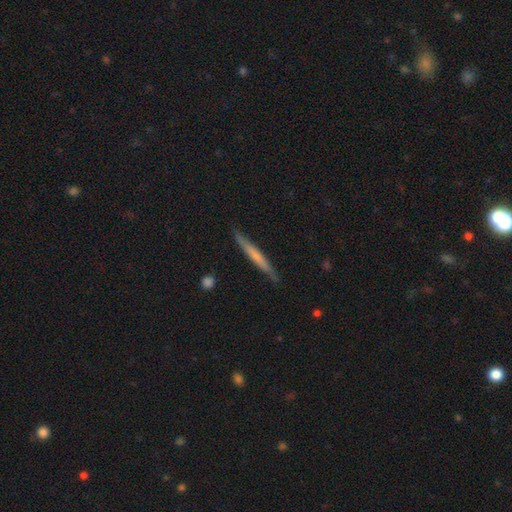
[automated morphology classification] Smooth or featured: smooth — 51% (featured or disk — 44%)
How rounded: cigar-shaped — 96% (in between — 3%)
Merging: none — 87% (minor disturbance — 10%)